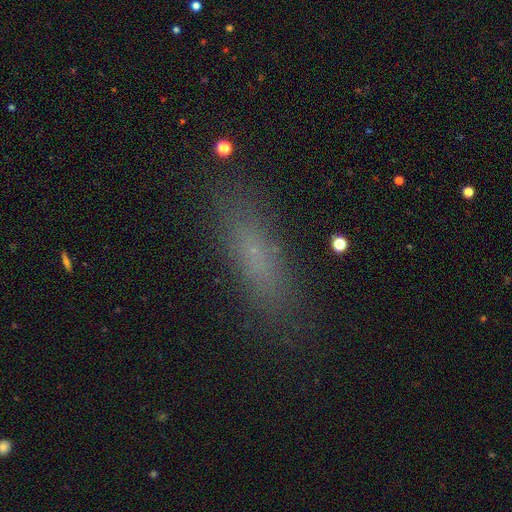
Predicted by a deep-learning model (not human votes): The model was most divided on "how rounded": cigar-shaped: 64%, in between: 33%, round: 3%. More confident: merging — none (85%); smooth or featured — smooth (67%).